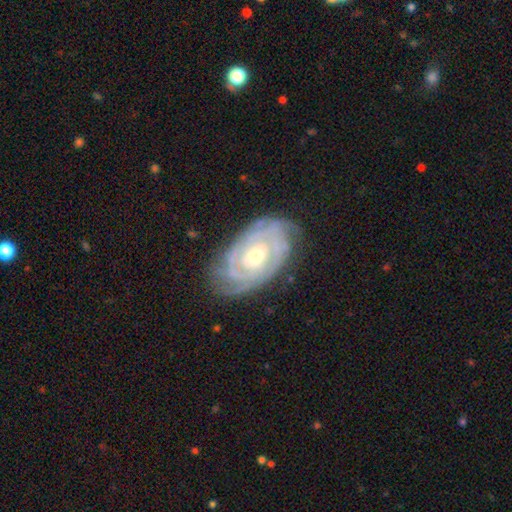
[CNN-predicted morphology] A featured or disk galaxy (87%) with no bar (71%), tight (82%) spiral arms (96%) and a small central bulge (48%, tied with moderate). Merging: none (77%).